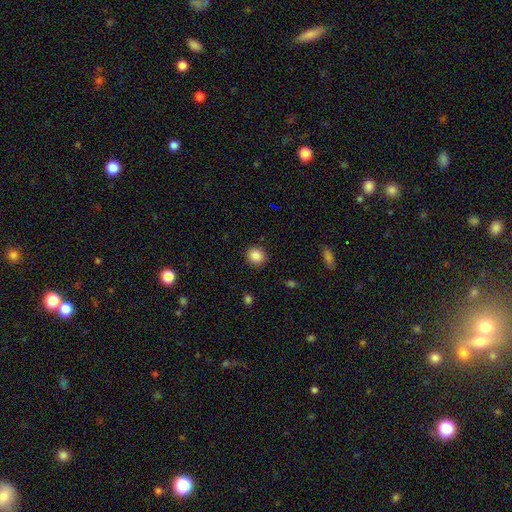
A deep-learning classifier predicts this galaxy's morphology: Smooth or featured?
  - smooth: 87% *
  - star or artifact: 10%
  - featured or disk: 3%
How rounded?
  - round: 83% *
  - in between: 16%
  - cigar-shaped: 1%
Merging?
  - none: 89% *
  - minor disturbance: 7%
  - major disturbance: 2%
  - merger: 1%